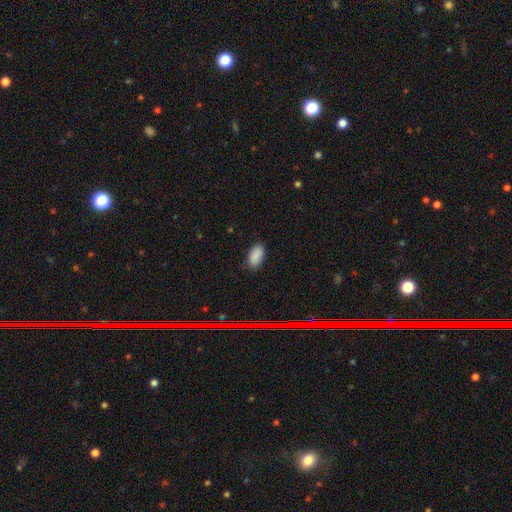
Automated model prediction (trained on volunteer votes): Smooth or featured? smooth (87%)
How rounded? in between (93%)
Merging? none (82%)